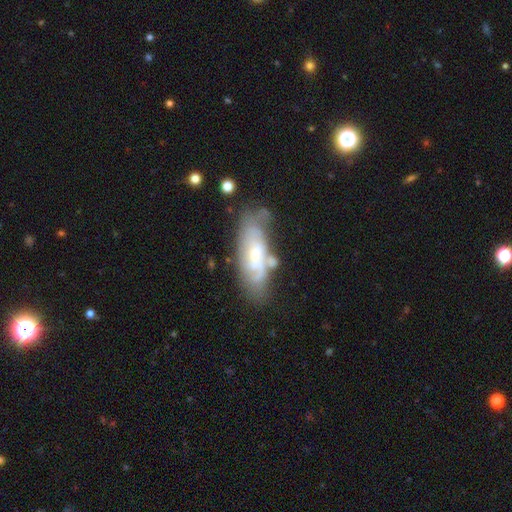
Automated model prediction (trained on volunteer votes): Overall: featured or disk (64%; smooth 29%). Edge-on disk: no (85%). Bar: no (63%; weak 30%). Spiral arms: yes (71%). Bulge size: small (61%; moderate 31%). Merging: none (48%; minor disturbance 25%).